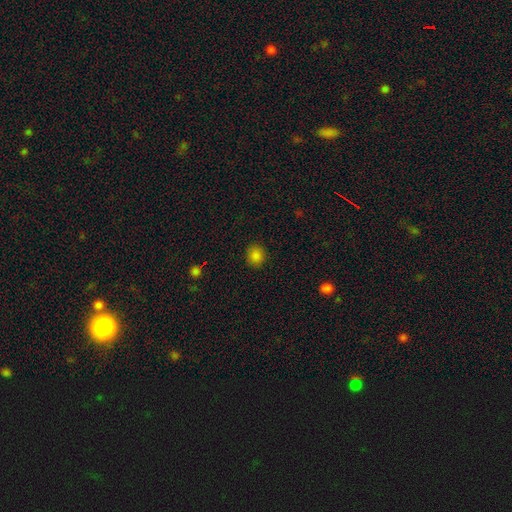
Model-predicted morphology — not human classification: Smooth or featured: smooth — 83% (star or artifact — 14%)
How rounded: round — 80% (in between — 19%)
Merging: none — 89% (minor disturbance — 8%)